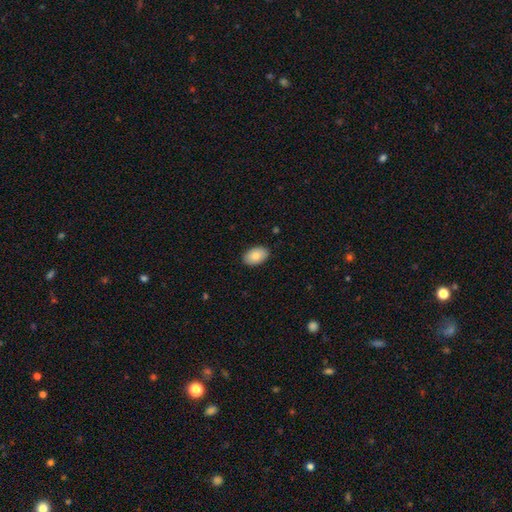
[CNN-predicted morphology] A smooth galaxy with no disk features (84%) that is in between round and cigar-shaped (92%). Merging: none (88%).